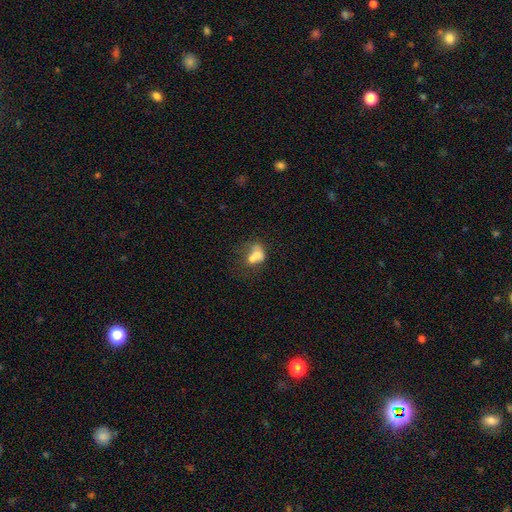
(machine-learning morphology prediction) The model was most divided on "how rounded": in between: 54%, round: 45%, cigar-shaped: 1%. More confident: smooth or featured — smooth (62%); merging — merger (61%).